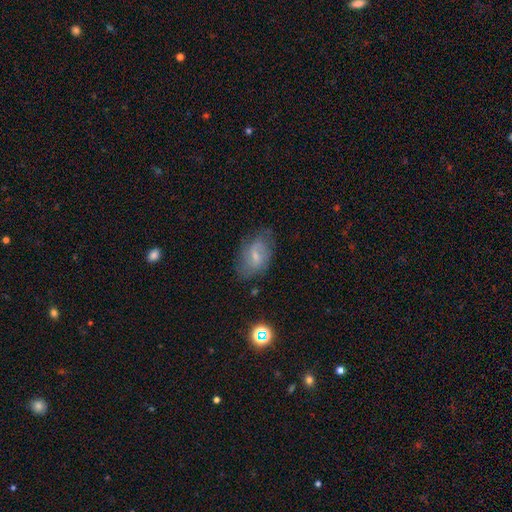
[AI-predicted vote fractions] Smooth or featured? featured or disk (49%)
Merging? none (66%)